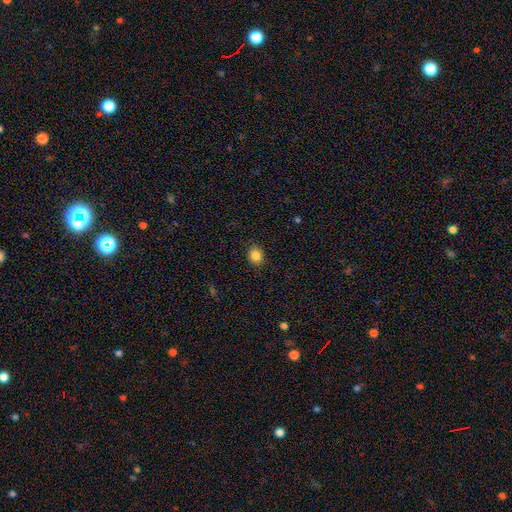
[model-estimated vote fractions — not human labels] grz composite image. It shows a smooth galaxy with no disk features (85%) that is round (61%). Merging: none (87%).